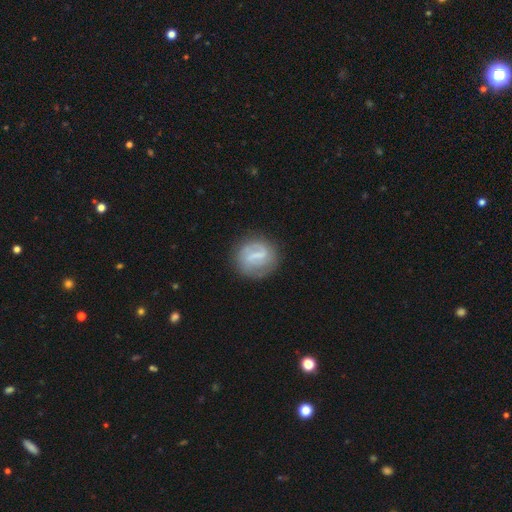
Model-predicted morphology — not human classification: Q: Smooth or featured?
A: featured or disk (60%); runner-up: smooth (33%)
Q: Edge-on disk?
A: no (96%); runner-up: yes (4%)
Q: Bar?
A: strong (49%); runner-up: weak (39%)
Q: Spiral arms?
A: yes (68%); runner-up: no (32%)
Q: Bulge size?
A: none (46%); runner-up: small (32%)
Q: Merging?
A: none (75%); runner-up: minor disturbance (16%)